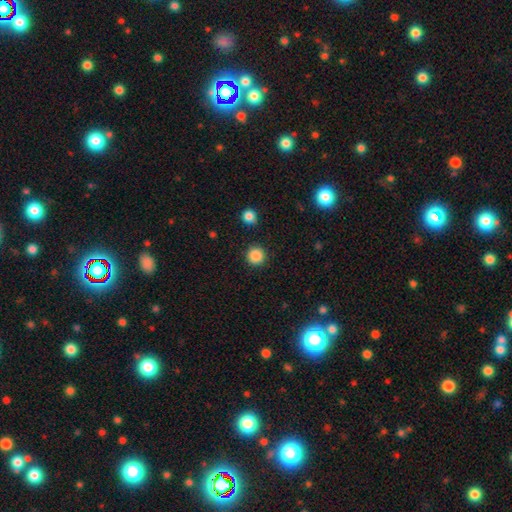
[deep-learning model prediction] Smooth or featured? Predicted: smooth (p=0.86). How rounded? Predicted: round (p=0.95). Merging? Predicted: none (p=0.91).